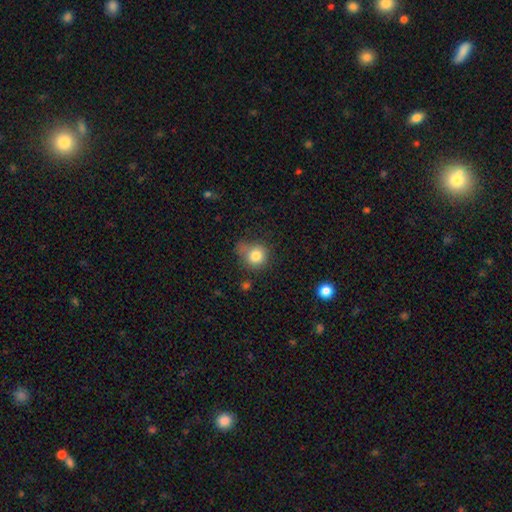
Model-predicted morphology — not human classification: The model was most divided on "merging": none: 48%, minor disturbance: 30%, major disturbance: 14%, merger: 8%. More confident: smooth or featured — smooth (81%); how rounded — round (81%).